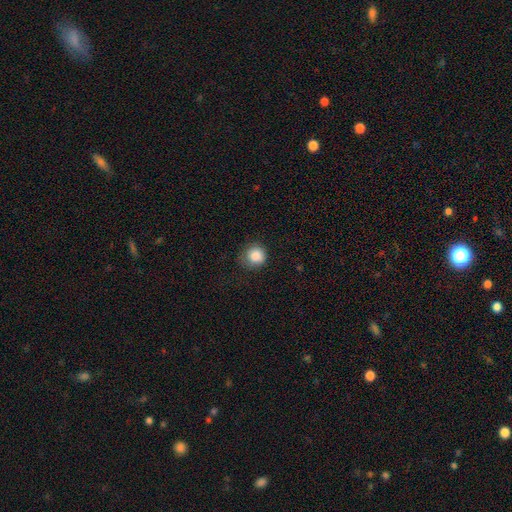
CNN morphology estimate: This is clearly a smooth galaxy (86%). How rounded: clearly round (90%). Merging: likely none (72%).